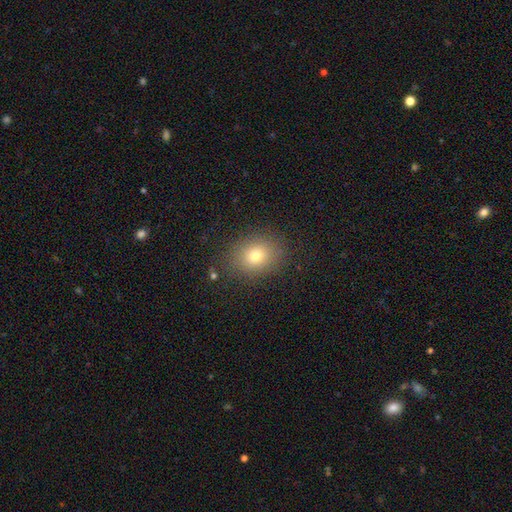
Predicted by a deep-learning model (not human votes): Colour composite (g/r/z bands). It shows a smooth galaxy with no disk features (75%) that is round (54%). Merging: none (85%).